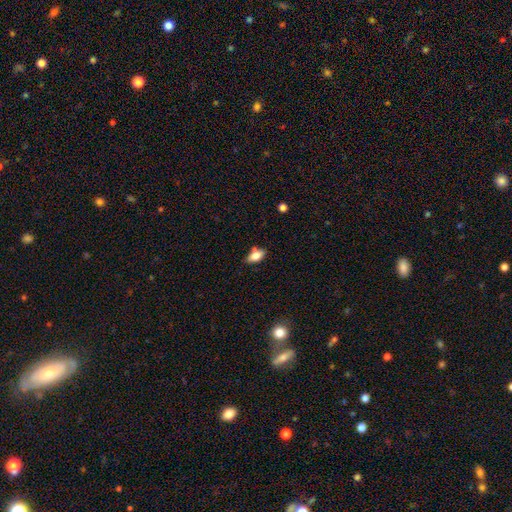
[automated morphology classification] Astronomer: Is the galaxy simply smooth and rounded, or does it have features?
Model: smooth — 77%.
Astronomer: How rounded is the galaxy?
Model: in between — 87%.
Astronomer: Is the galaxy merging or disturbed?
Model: none — 71%.